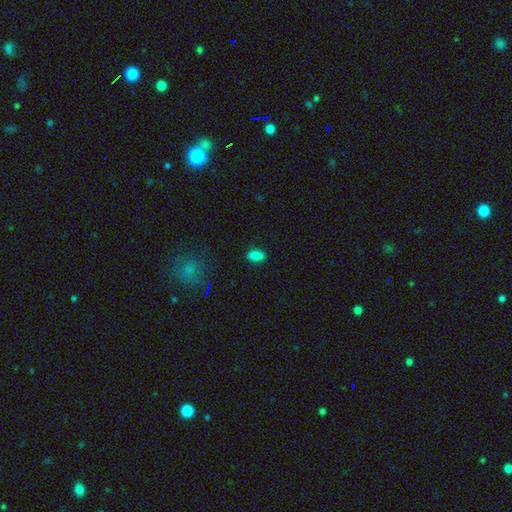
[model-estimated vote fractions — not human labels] This appears to be a smooth galaxy with no disk features (84%) that is in between round and cigar-shaped (88%). Merging: none (84%).